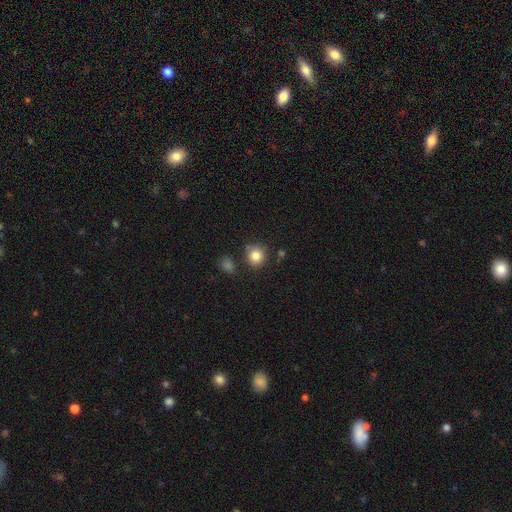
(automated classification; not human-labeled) This is clearly a smooth galaxy (83%). How rounded: clearly round (88%). Merging: likely none (78%).